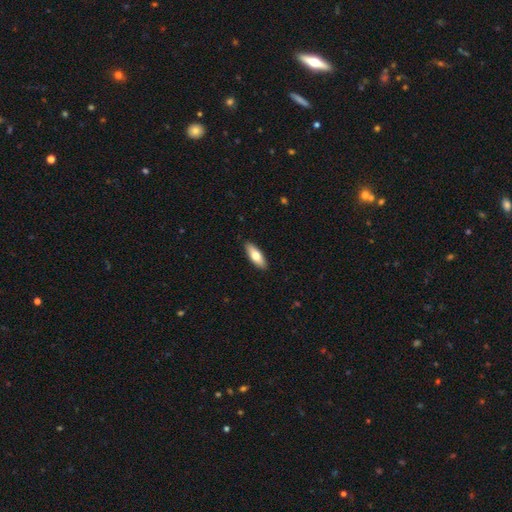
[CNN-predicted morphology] Smooth or featured? Predicted: smooth (p=0.70). How rounded? Predicted: in between (p=0.66). Merging? Predicted: none (p=0.90).